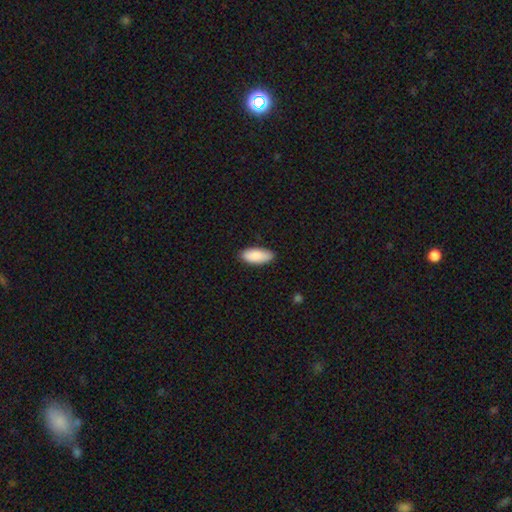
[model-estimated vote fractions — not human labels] Q: Smooth or featured?
A: smooth (89%); runner-up: star or artifact (6%)
Q: How rounded?
A: in between (85%); runner-up: cigar-shaped (13%)
Q: Merging?
A: none (84%); runner-up: minor disturbance (13%)